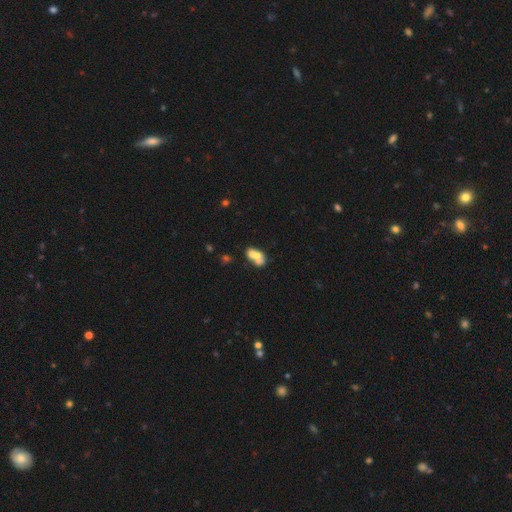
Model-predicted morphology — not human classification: Smooth or featured? Predicted: smooth (p=0.59). How rounded? Predicted: in between (p=0.76). Merging? Predicted: merger (p=0.59).